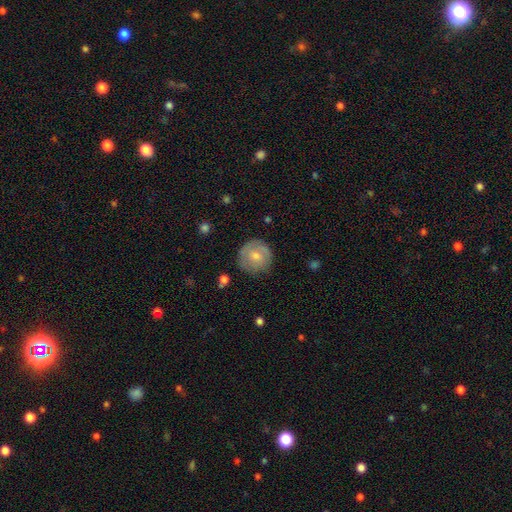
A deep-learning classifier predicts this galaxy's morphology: Smooth or featured?
  - smooth: 61% *
  - featured or disk: 33%
  - star or artifact: 6%
How rounded?
  - round: 93% *
  - in between: 6%
  - cigar-shaped: 1%
Merging?
  - none: 78% *
  - minor disturbance: 16%
  - major disturbance: 4%
  - merger: 2%